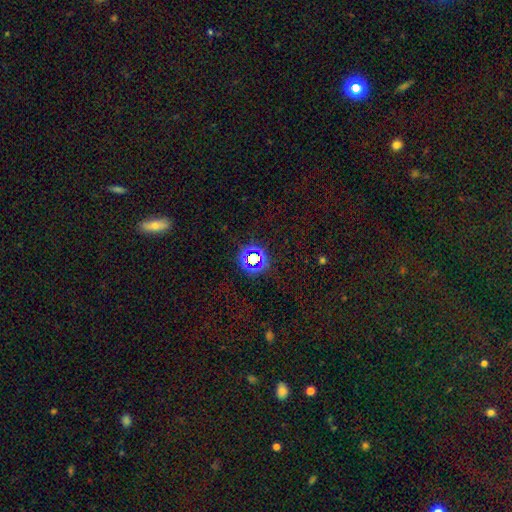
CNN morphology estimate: Smooth or featured? star or artifact (71%)